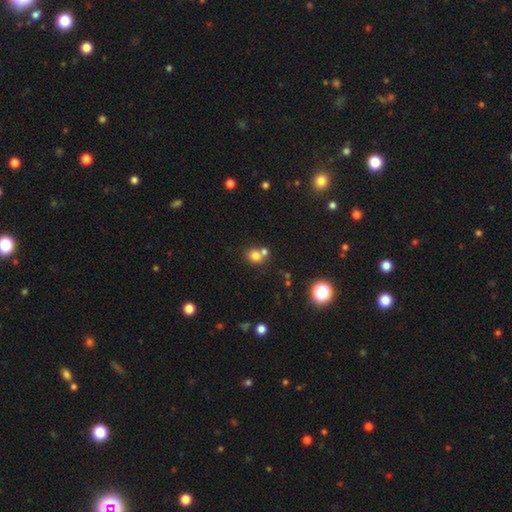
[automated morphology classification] Overall: smooth (75%). How rounded: round (74%). Merging: none (49%; merger 39%).